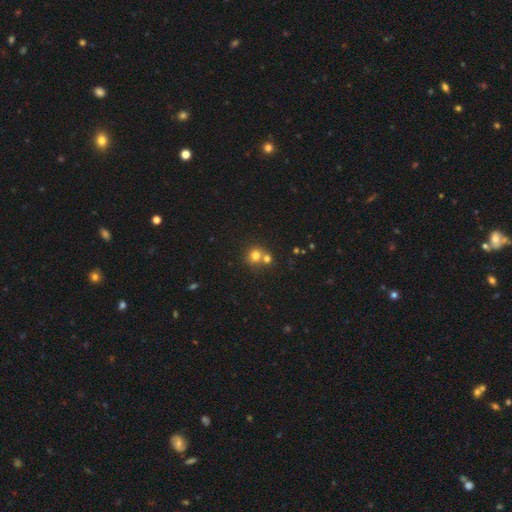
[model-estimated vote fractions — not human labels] Smooth or featured?
  - smooth: 75% *
  - star or artifact: 14%
  - featured or disk: 11%
How rounded?
  - round: 84% *
  - in between: 15%
  - cigar-shaped: 1%
Merging?
  - none: 47% *
  - merger: 44%
  - minor disturbance: 6%
  - major disturbance: 3%